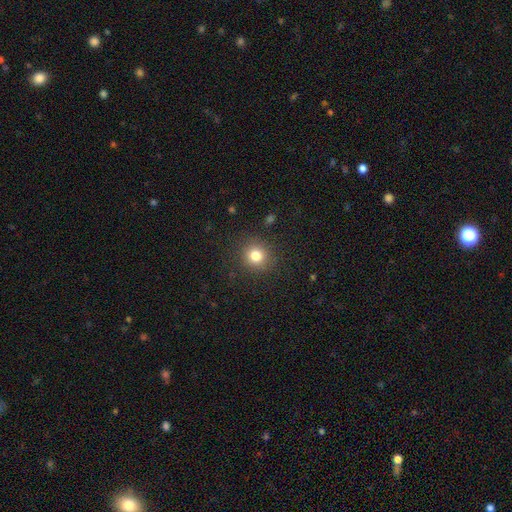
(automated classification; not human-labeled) smooth 80%, star or artifact 13%, featured or disk 7%. Down the decision tree: how rounded — round (90%); merging — none (89%).